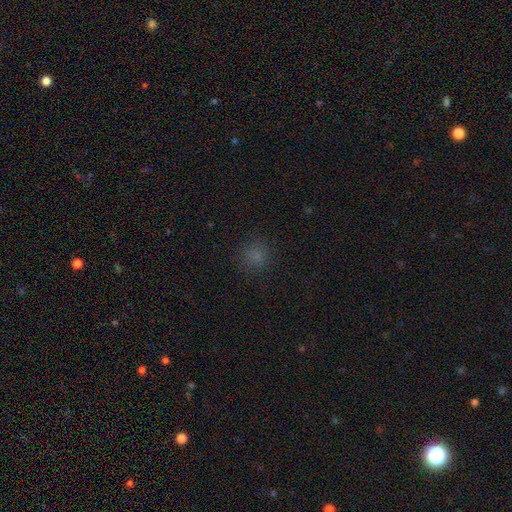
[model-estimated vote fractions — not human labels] A smooth galaxy with no disk features (76%) that is round (90%).

Vote fractions:
- Smooth or featured? smooth: 76% / star or artifact: 19% / featured or disk: 5%
- How rounded? round: 90% / in between: 9% / cigar-shaped: 1%
- Merging? none: 86% / minor disturbance: 10% / major disturbance: 3% / merger: 1%